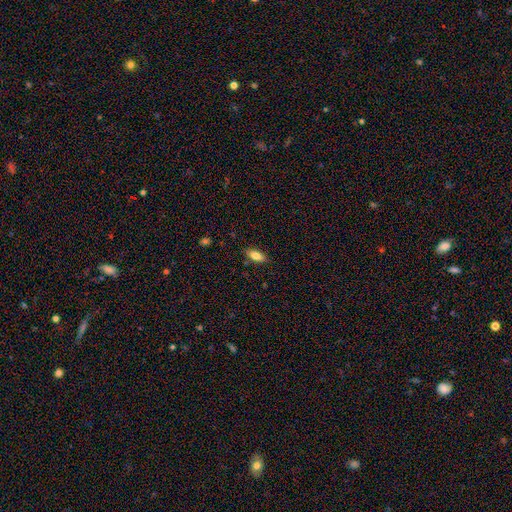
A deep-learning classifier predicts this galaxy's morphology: Smooth or featured?
  - smooth: 81% *
  - featured or disk: 11%
  - star or artifact: 7%
How rounded?
  - in between: 84% *
  - cigar-shaped: 14%
  - round: 3%
Merging?
  - none: 85% *
  - minor disturbance: 11%
  - major disturbance: 2%
  - merger: 2%